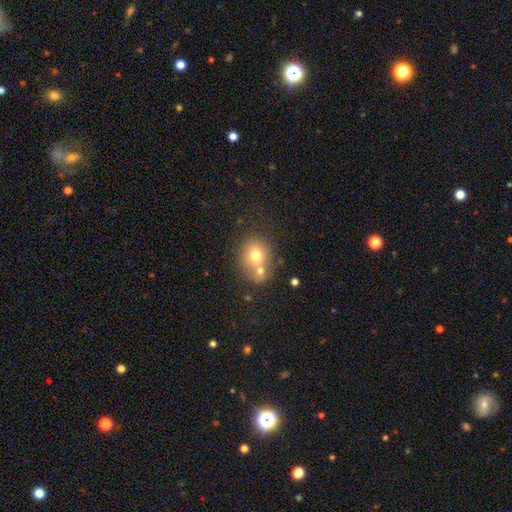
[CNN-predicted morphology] A smooth galaxy with no disk features (70%) that is round (70%).

Vote fractions:
- Smooth or featured? smooth: 70% / featured or disk: 18% / star or artifact: 12%
- How rounded? round: 70% / in between: 30% / cigar-shaped: 1%
- Merging? merger: 43% (tied) / none: 43% (tied) / minor disturbance: 10% / major disturbance: 4%